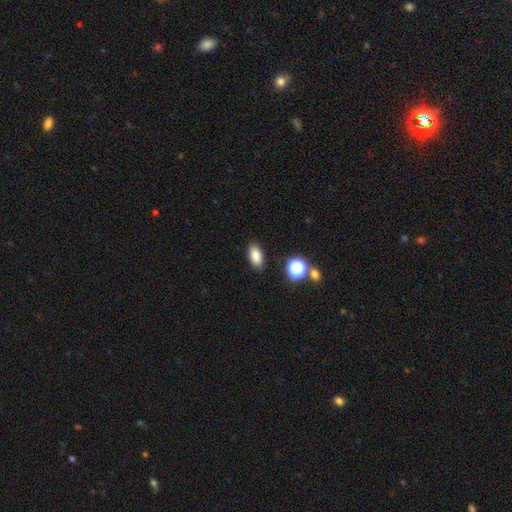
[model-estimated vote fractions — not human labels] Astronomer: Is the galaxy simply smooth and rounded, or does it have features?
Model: smooth — 84%.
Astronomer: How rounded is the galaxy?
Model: in between — 88%.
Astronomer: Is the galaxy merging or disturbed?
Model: none — 87%.